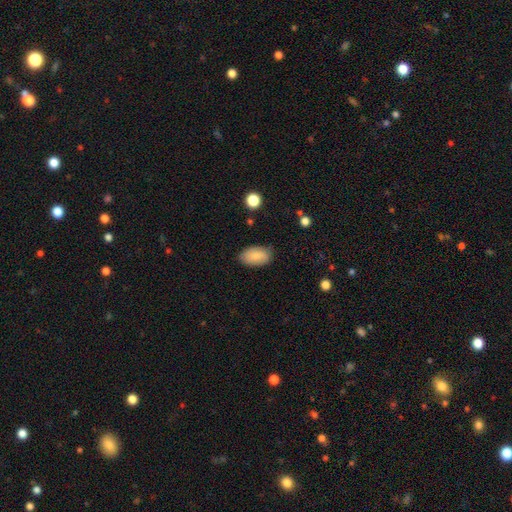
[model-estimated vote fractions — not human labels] Overall: smooth (81%). How rounded: in between (94%). Merging: none (80%).